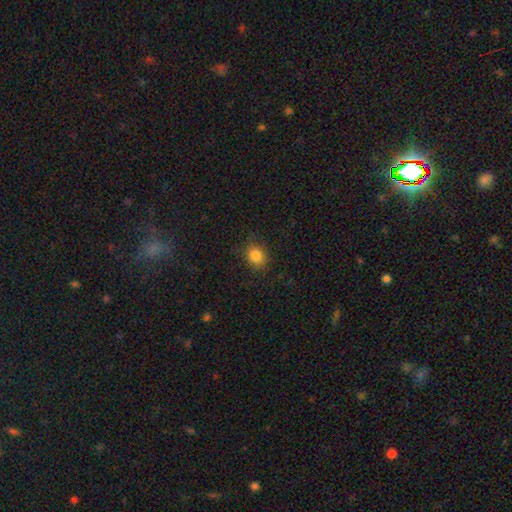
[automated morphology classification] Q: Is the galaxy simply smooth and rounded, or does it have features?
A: smooth — 84%.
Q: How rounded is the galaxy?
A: round — 63%.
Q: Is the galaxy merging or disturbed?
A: none — 82%.